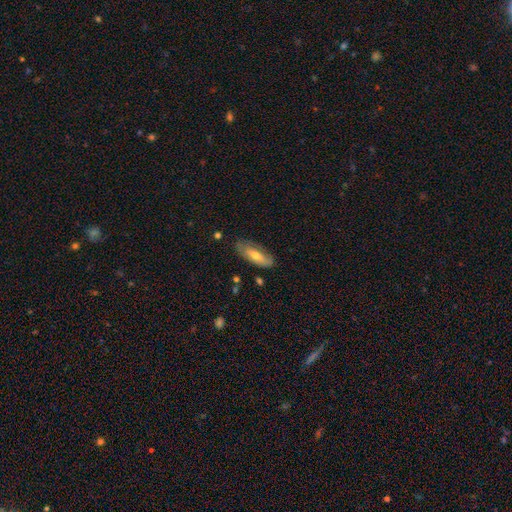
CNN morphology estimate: Q: Smooth or featured?
A: smooth (57%); runner-up: featured or disk (36%)
Q: How rounded?
A: in between (62%); runner-up: cigar-shaped (36%)
Q: Merging?
A: none (74%); runner-up: minor disturbance (20%)